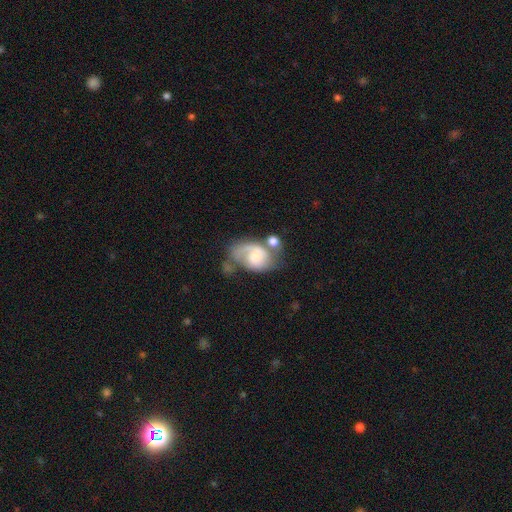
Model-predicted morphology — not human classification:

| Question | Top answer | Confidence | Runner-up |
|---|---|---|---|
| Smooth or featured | featured or disk | 57% | smooth (36%) |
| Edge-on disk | no | 97% | yes (3%) |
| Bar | no | 62% | weak (32%) |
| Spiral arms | yes | 79% | no (21%) |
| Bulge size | moderate | 32% | tied: small (32%) |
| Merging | major disturbance | 28% | none (27%) |